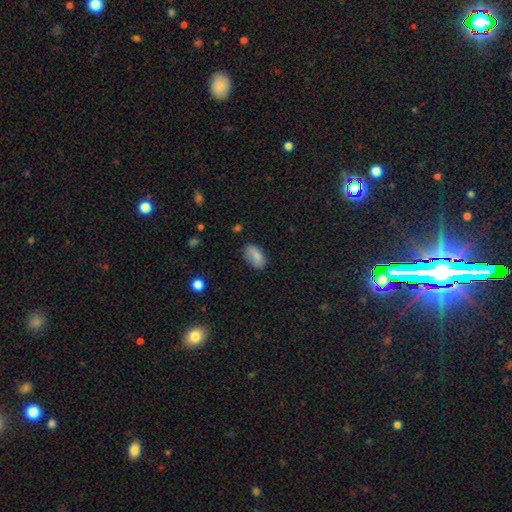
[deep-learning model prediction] The model was most divided on "merging": none: 75%, minor disturbance: 19%, major disturbance: 4%, merger: 2%. More confident: how rounded — in between (92%); smooth or featured — smooth (81%).